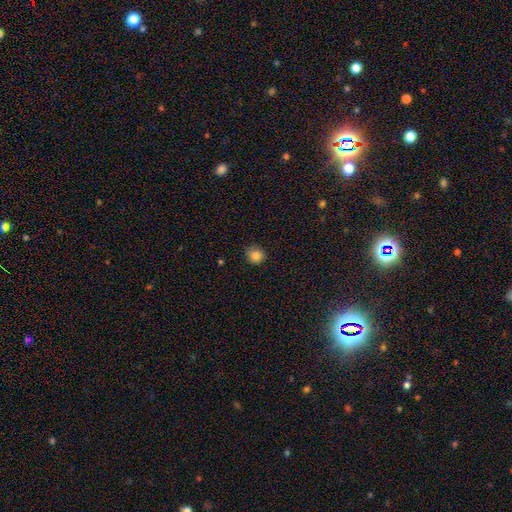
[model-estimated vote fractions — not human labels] Smooth or featured? smooth (85%)
How rounded? round (88%)
Merging? none (84%)